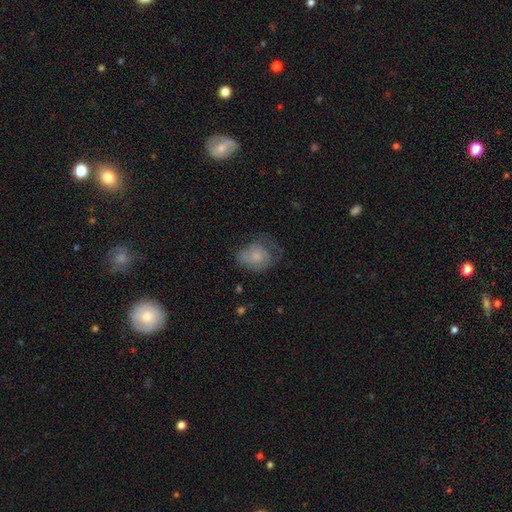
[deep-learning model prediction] Smooth or featured? smooth (67%)
How rounded? in between (55%)
Merging? none (35%)